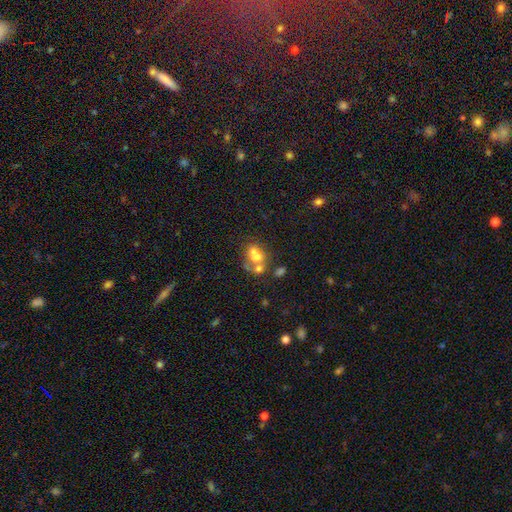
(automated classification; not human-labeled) smooth 56%, featured or disk 30%, star or artifact 14%. Down the decision tree: how rounded — in between (55%); merging — merger (58%).